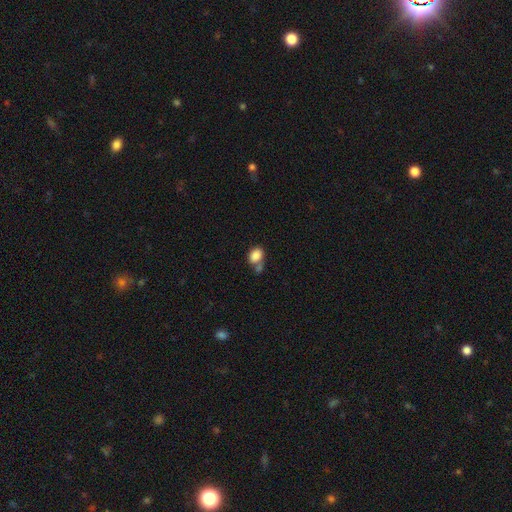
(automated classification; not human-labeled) Overall: smooth (85%). How rounded: in between (69%; round 30%). Merging: none (43%; merger 36%).